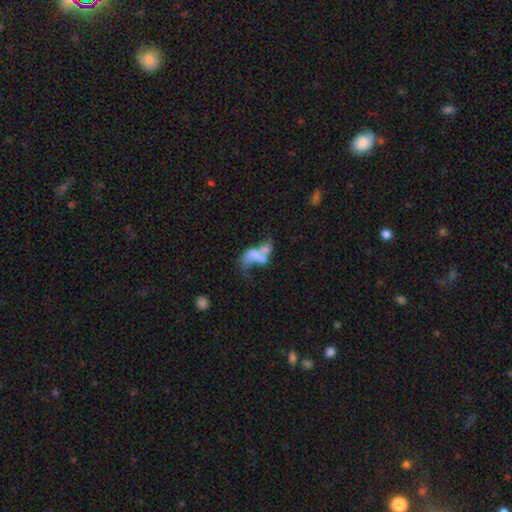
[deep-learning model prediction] Smooth or featured: featured or disk — 47% (smooth — 40%)
Merging: merger — 55% (major disturbance — 24%)